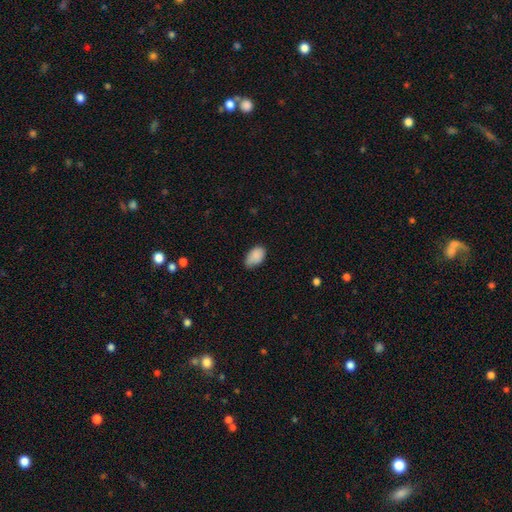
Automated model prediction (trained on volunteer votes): This appears to be a smooth galaxy with no disk features (88%) that is in between round and cigar-shaped (91%). Merging: none (60%).